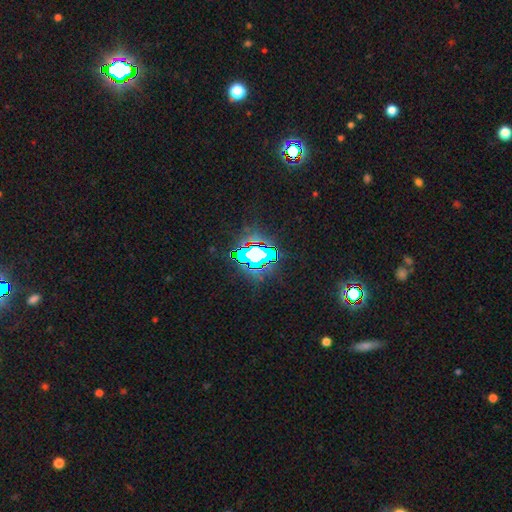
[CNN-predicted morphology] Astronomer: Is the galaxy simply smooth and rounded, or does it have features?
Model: star or artifact — 69%.